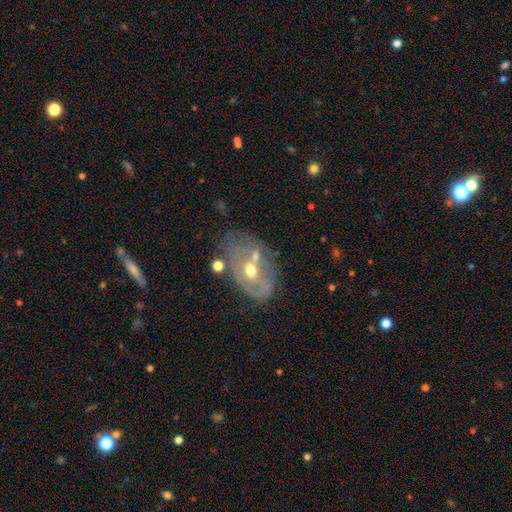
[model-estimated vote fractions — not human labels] This is likely a featured or disk galaxy (70%). It is clearly not viewed edge-on (94%). Bar: possibly no (56%). Spiral arm pattern: possibly no (53%). Central bulge: likely moderate (69%). Merging: marginally none (44%).